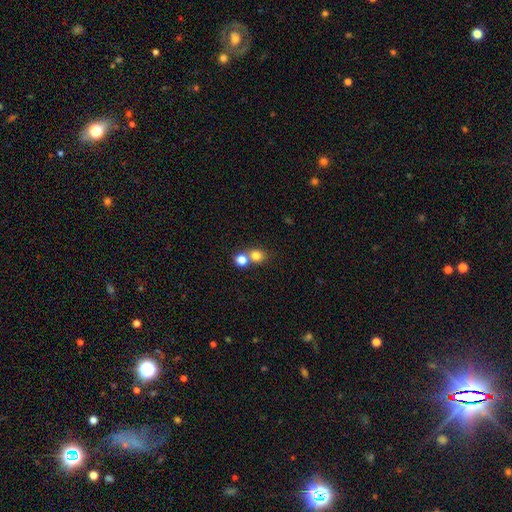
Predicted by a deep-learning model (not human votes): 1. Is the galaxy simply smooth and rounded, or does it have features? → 79% smooth, 12% star or artifact, 9% featured or disk.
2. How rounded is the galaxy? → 77% round, 22% in between, 1% cigar-shaped.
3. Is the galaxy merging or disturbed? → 48% merger, 43% none, 6% minor disturbance, 3% major disturbance.